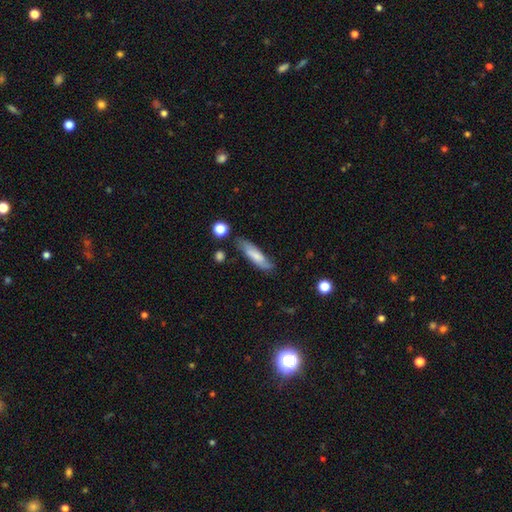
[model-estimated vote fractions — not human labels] A smooth galaxy with no disk features (66%) that is cigar-shaped (64%).

Vote fractions:
- Smooth or featured? smooth: 66% / featured or disk: 27% / star or artifact: 7%
- How rounded? cigar-shaped: 64% / in between: 34% / round: 2%
- Merging? none: 69% / minor disturbance: 21% / major disturbance: 6% / merger: 4%